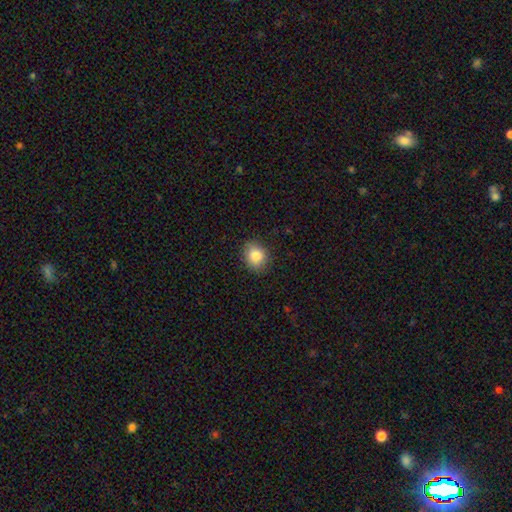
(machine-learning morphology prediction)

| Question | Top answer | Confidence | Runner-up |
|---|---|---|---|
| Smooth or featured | smooth | 85% | star or artifact (9%) |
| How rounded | round | 64% | in between (35%) |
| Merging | none | 83% | minor disturbance (13%) |